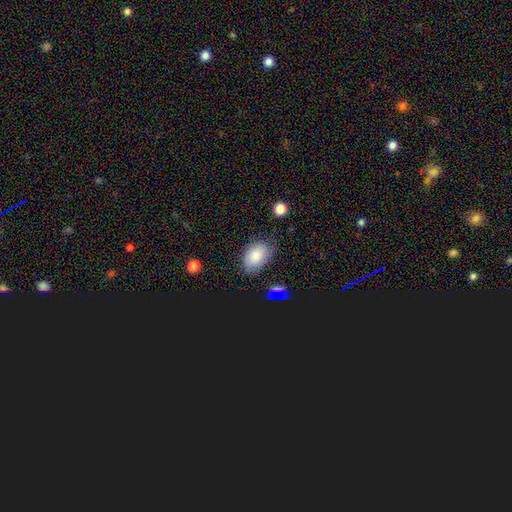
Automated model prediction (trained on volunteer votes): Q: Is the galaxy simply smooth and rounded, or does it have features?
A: smooth — 80%.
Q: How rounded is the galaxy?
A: in between — 88%.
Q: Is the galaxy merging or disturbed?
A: none — 70%.